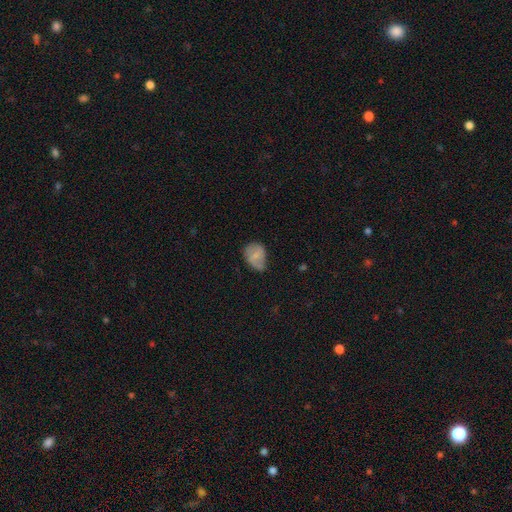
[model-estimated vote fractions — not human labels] Smooth or featured? Predicted: smooth (p=0.64). How rounded? Predicted: in between (p=0.69). Merging? Predicted: minor disturbance (p=0.41, tied with none).